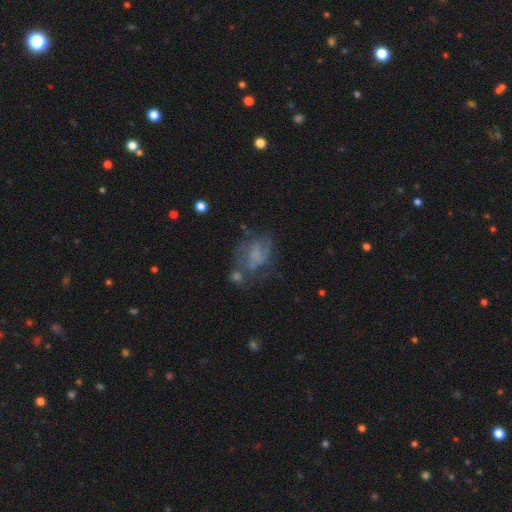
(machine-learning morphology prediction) smooth_or_featured: featured or disk (p=0.50) [alt: smooth p=0.34]
disk_edge_on: no (p=0.97) [alt: yes p=0.03]
merging: none (p=0.37) [alt: major disturbance p=0.27]